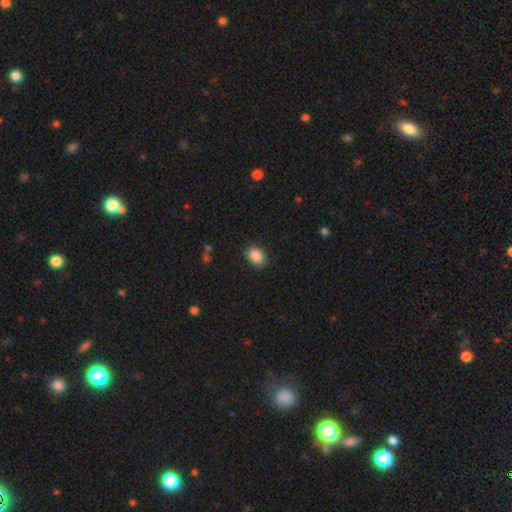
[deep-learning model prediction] Smooth or featured?
  - smooth: 88% *
  - star or artifact: 8%
  - featured or disk: 3%
How rounded?
  - in between: 61% *
  - round: 38%
  - cigar-shaped: 1%
Merging?
  - none: 87% *
  - minor disturbance: 9%
  - major disturbance: 3%
  - merger: 1%